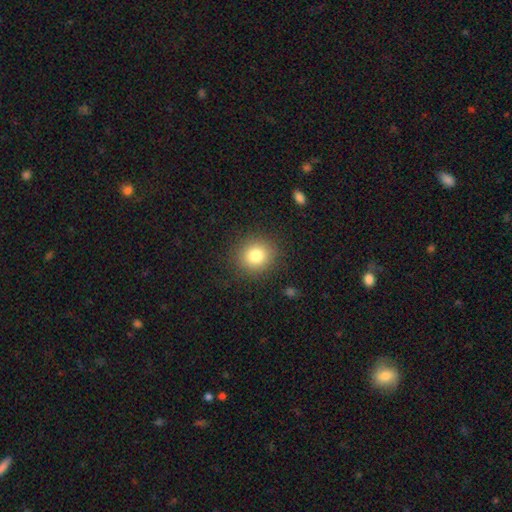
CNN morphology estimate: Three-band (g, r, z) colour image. It shows a smooth galaxy with no disk features (81%) that is round (83%). Merging: none (88%).